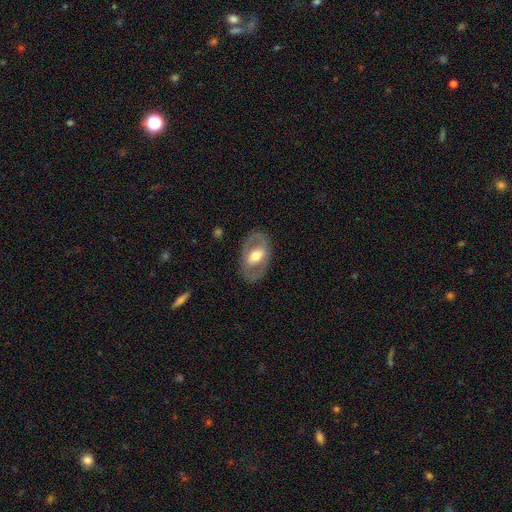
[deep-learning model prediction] Smooth or featured?
  - featured or disk: 62% *
  - smooth: 33%
  - star or artifact: 5%
Edge-on disk?
  - no: 91% *
  - yes: 9%
Bar?
  - weak: 37% *
  - strong: 32%
  - no: 32%
Spiral arms?
  - no: 63% *
  - yes: 37%
Bulge size?
  - moderate: 68% *
  - large: 19%
  - small: 11%
  - dominant: 1%
  - none: 1%
Merging?
  - none: 81% *
  - minor disturbance: 12%
  - major disturbance: 6%
  - merger: 1%